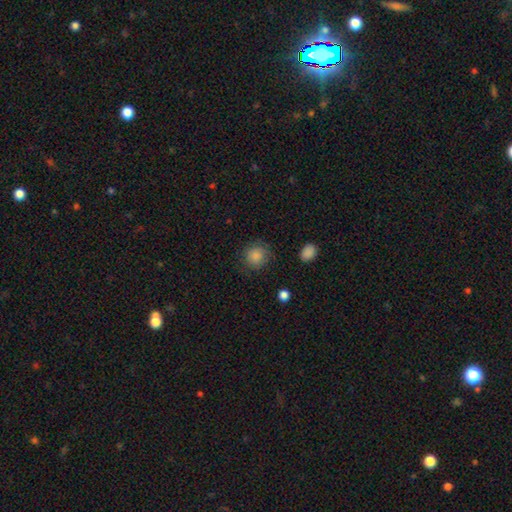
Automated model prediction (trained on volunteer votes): This appears to be a smooth galaxy with no disk features (86%) that is round (88%). Merging: none (83%).